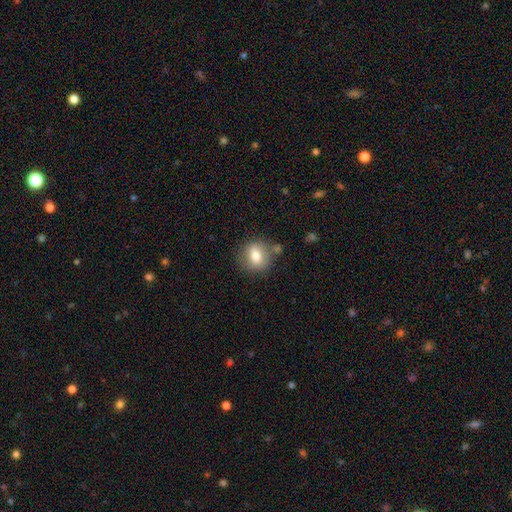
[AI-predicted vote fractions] This appears to be a smooth galaxy with no disk features (73%) that is round (72%). Merging: none (71%).